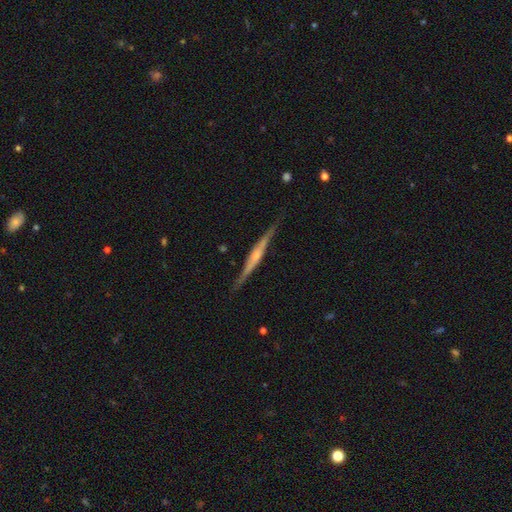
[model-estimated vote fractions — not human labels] Smooth or featured?
  - featured or disk: 78% *
  - smooth: 17%
  - star or artifact: 5%
Edge-on disk?
  - yes: 98% *
  - no: 2%
Edge-on bulge?
  - rounded: 65% *
  - none: 19%
  - boxy: 16%
Merging?
  - none: 85% *
  - minor disturbance: 11%
  - major disturbance: 2%
  - merger: 1%